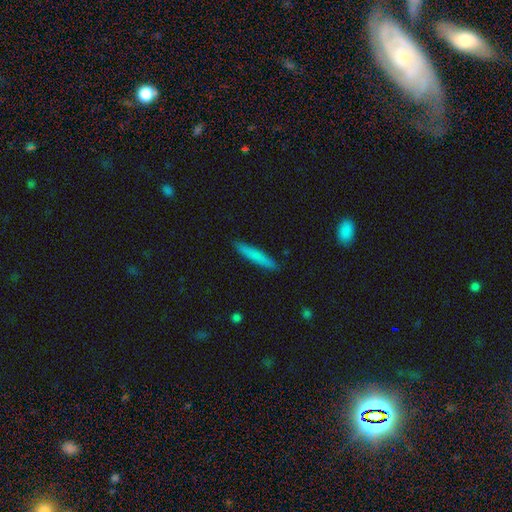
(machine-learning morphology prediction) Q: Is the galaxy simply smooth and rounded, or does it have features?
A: smooth — 77%.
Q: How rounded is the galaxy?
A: cigar-shaped — 93%.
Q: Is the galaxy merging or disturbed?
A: none — 90%.